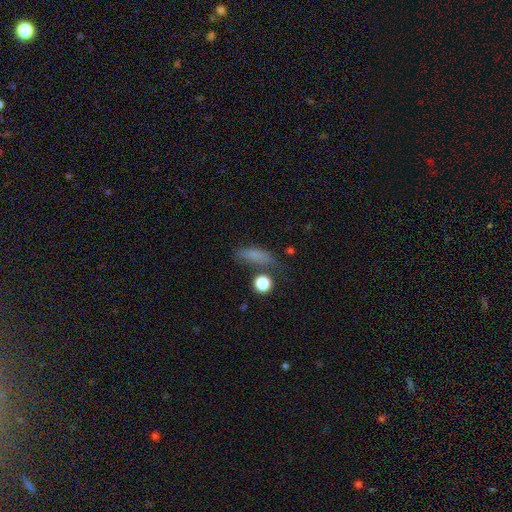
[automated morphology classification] Overall: smooth (74%). How rounded: in between (53%; cigar-shaped 36%). Merging: none (58%; minor disturbance 22%).